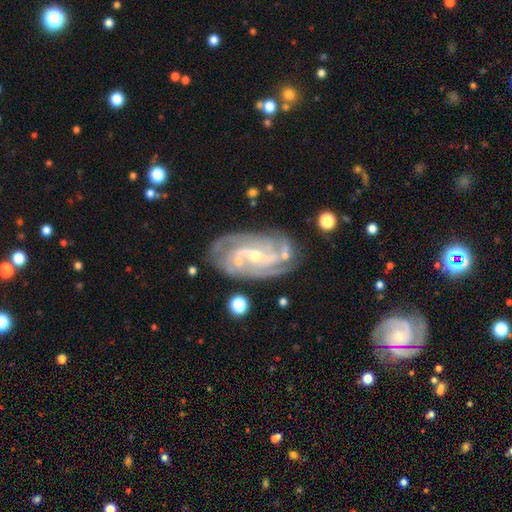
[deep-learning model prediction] featured or disk 90%, star or artifact 6%, smooth 5%. Down the decision tree: edge-on disk — no (96%); bar — weak (38%); spiral arms — yes (97%); spiral arm count — 3 (29%); spiral winding — tight (53%); bulge size — small (65%); merging — none (71%).